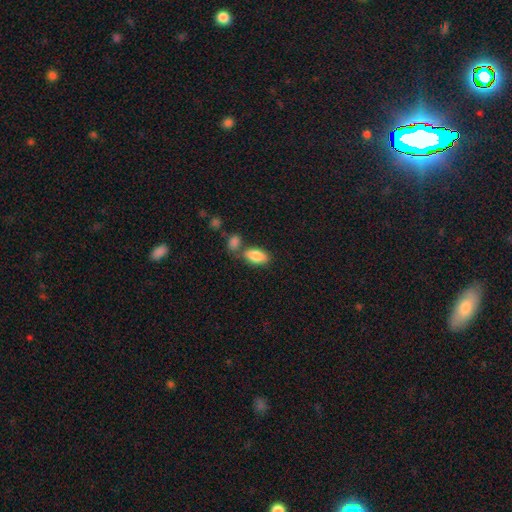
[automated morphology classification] Q: Smooth or featured?
A: smooth (85%); runner-up: featured or disk (8%)
Q: How rounded?
A: in between (92%); runner-up: cigar-shaped (5%)
Q: Merging?
A: none (58%); runner-up: merger (25%)